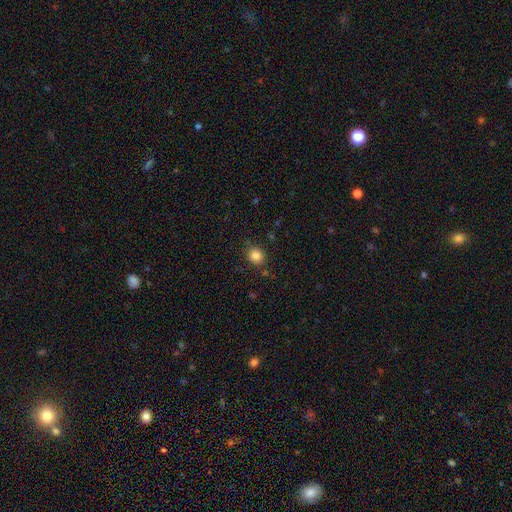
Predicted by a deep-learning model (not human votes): This is clearly a smooth galaxy (84%). How rounded: likely round (80%). Merging: clearly none (86%).